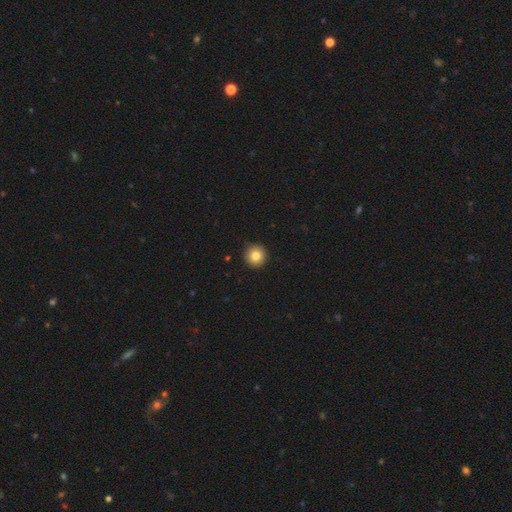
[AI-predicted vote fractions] A smooth galaxy with no disk features (82%) that is round (96%).

Vote fractions:
- Smooth or featured? smooth: 82% / star or artifact: 10% / featured or disk: 8%
- How rounded? round: 96% / in between: 3% / cigar-shaped: 1%
- Merging? none: 92% / minor disturbance: 6% / major disturbance: 1% / merger: 1%